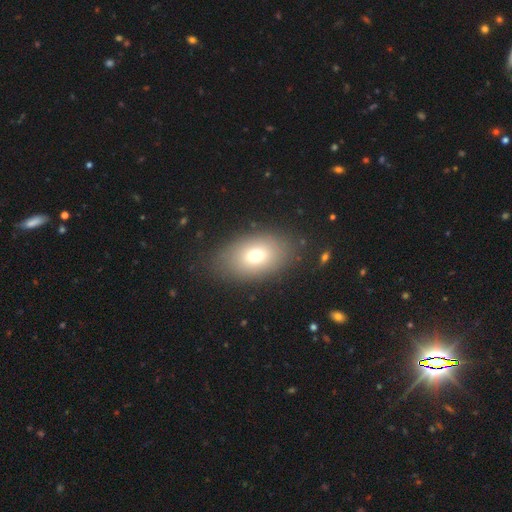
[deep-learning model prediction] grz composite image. It shows a smooth galaxy with no disk features (72%) that is in between round and cigar-shaped (83%). Merging: none (83%).